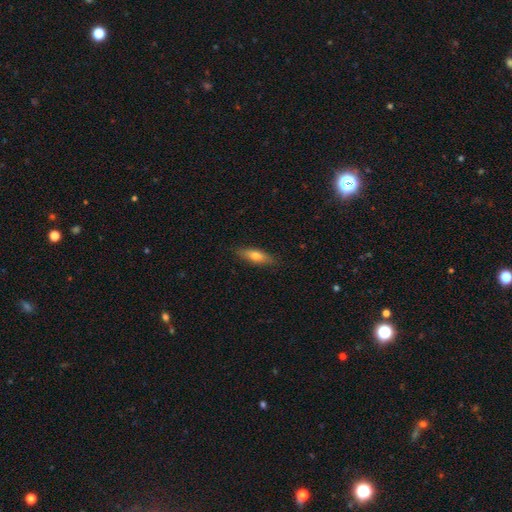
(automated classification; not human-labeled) Smooth or featured? smooth (66%)
How rounded? cigar-shaped (49%)
Merging? none (87%)